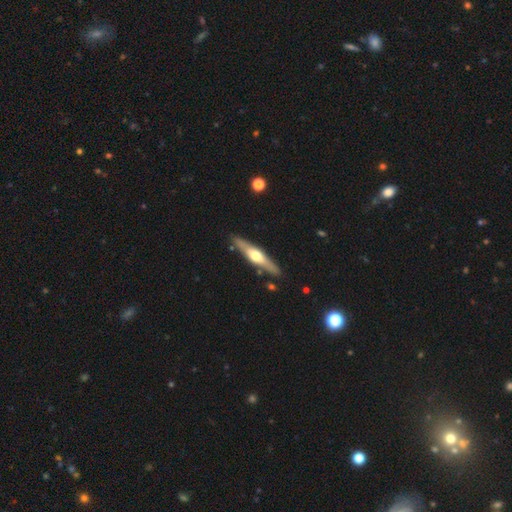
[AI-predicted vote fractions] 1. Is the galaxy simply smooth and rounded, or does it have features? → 64% featured or disk, 31% smooth, 5% star or artifact.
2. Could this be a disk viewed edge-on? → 94% yes, 6% no.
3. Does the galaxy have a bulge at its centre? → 92% rounded, 5% boxy, 4% none.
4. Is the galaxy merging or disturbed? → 87% none, 9% minor disturbance, 2% merger, 2% major disturbance.